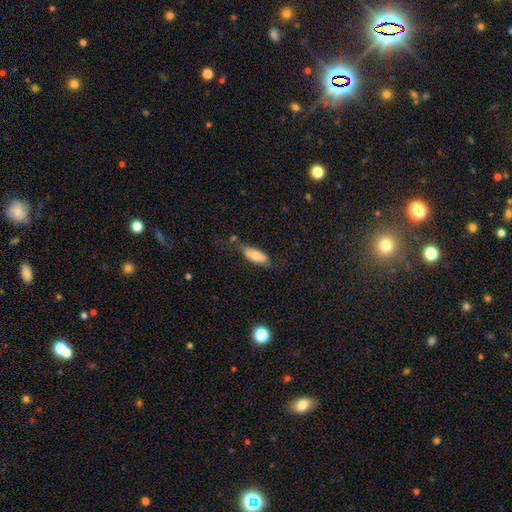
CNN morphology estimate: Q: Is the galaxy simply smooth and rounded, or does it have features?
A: smooth — 75%.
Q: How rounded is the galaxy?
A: in between — 74%.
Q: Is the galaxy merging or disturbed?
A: none — 61%.